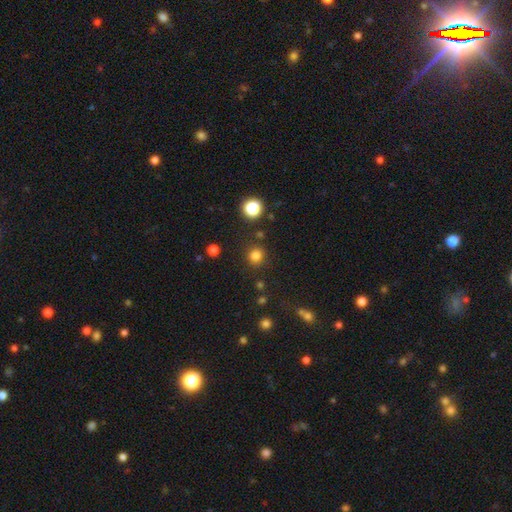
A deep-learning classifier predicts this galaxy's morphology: Smooth or featured?
  - smooth: 80% *
  - star or artifact: 16%
  - featured or disk: 4%
How rounded?
  - round: 91% *
  - in between: 8%
  - cigar-shaped: 1%
Merging?
  - none: 87% *
  - minor disturbance: 7%
  - merger: 3%
  - major disturbance: 3%